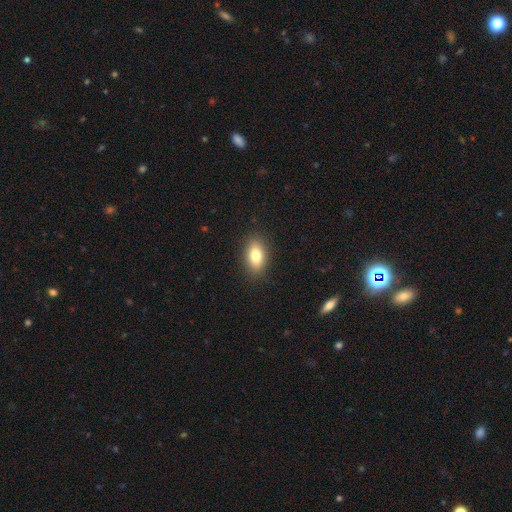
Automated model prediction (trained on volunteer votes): smooth 78%, featured or disk 13%, star or artifact 8%. Down the decision tree: how rounded — in between (85%); merging — none (88%).